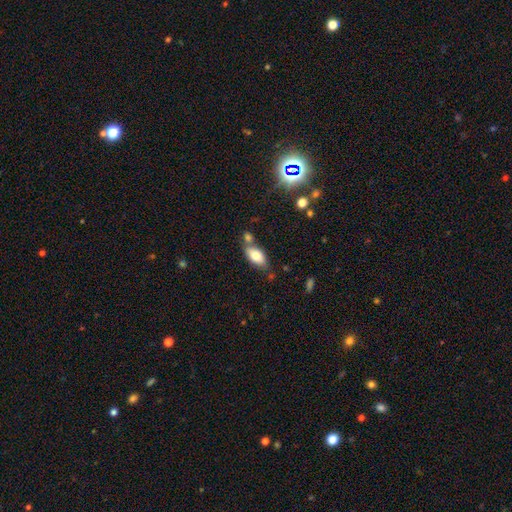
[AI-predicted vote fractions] A smooth galaxy with no disk features (80%) that is in between round and cigar-shaped (92%). Merging: none (60%).